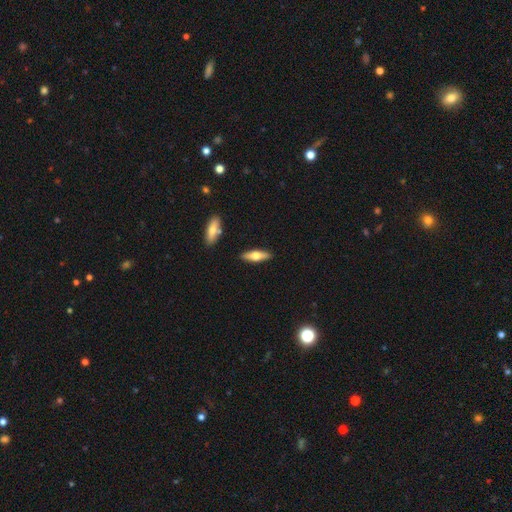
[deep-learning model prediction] Q: Smooth or featured?
A: smooth (49%); runner-up: featured or disk (45%)
Q: Merging?
A: none (88%); runner-up: minor disturbance (8%)